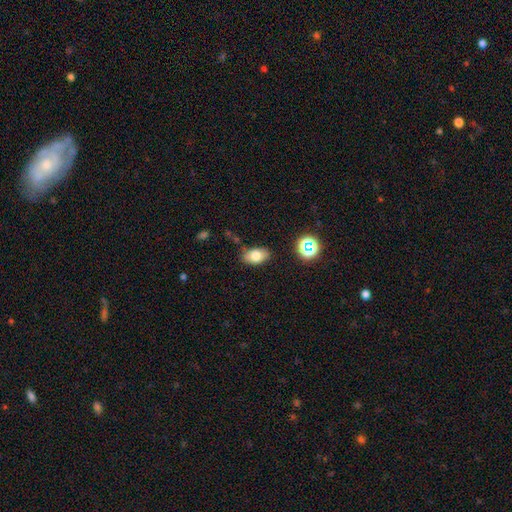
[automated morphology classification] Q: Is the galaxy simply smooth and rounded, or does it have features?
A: smooth — 77%.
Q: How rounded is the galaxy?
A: in between — 89%.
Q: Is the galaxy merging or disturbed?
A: none — 78%.